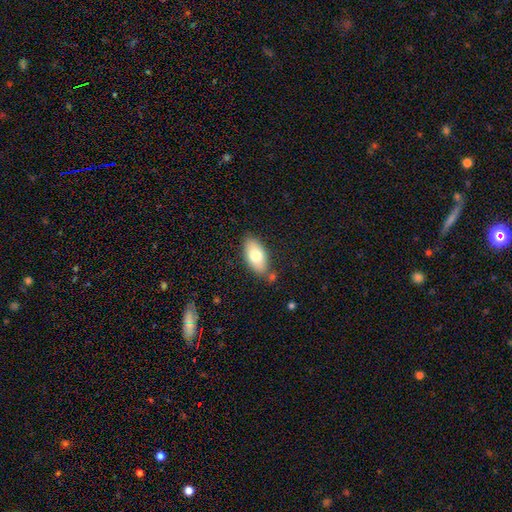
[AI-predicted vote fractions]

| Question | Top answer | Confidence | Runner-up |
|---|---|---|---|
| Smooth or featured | smooth | 75% | featured or disk (18%) |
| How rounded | in between | 91% | cigar-shaped (6%) |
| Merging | none | 77% | minor disturbance (15%) |